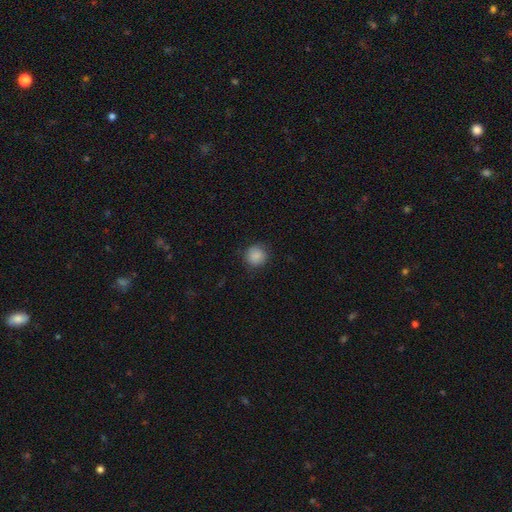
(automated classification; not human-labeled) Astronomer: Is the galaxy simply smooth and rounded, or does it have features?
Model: smooth — 87%.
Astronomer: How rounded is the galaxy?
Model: round — 91%.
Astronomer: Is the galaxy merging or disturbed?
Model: none — 84%.